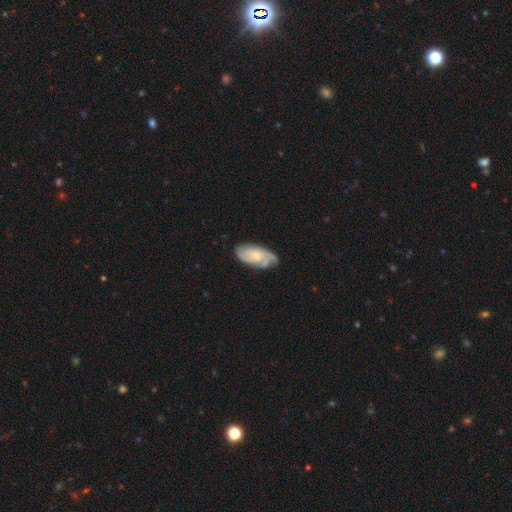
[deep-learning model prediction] Morphology: type=featured or disk (73%); edge-on=no (95%); bar=no (72%); spiral arms=yes (94%); winding=tight (53%); arm count=2 (30%); bulge=small (57%); merging=none (69%).